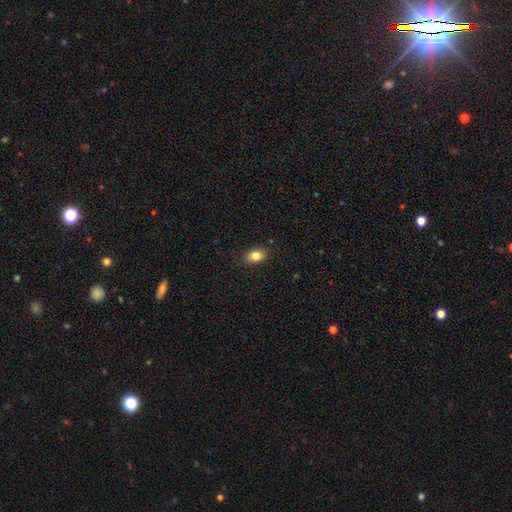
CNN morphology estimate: Smooth or featured? Predicted: smooth (p=0.82). How rounded? Predicted: in between (p=0.78). Merging? Predicted: none (p=0.87).